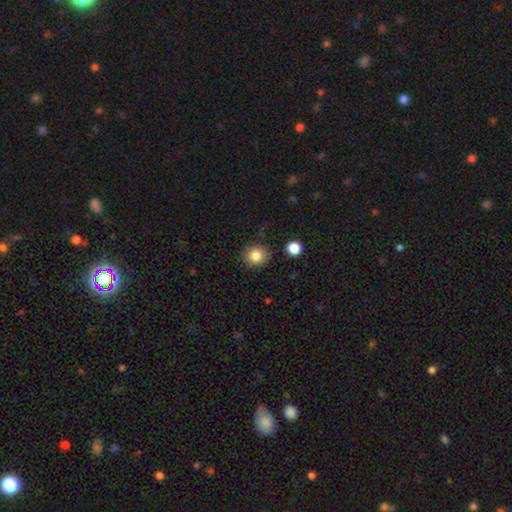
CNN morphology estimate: smooth-or-featured: smooth: 84% | star or artifact: 10% | featured or disk: 6%
  how-rounded: round: 83% | in between: 16% | cigar-shaped: 1%
  merging: none: 86% | minor disturbance: 9% | major disturbance: 2% | merger: 2%